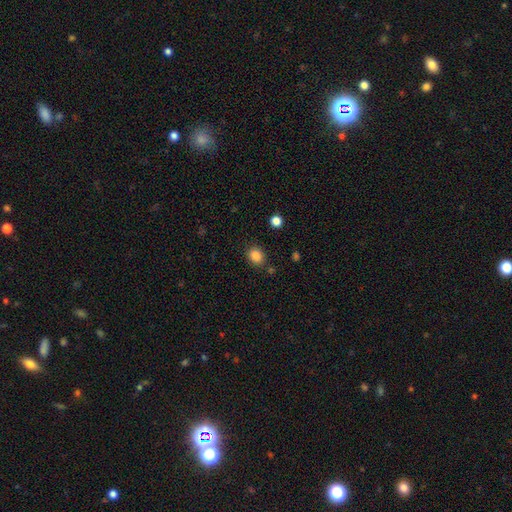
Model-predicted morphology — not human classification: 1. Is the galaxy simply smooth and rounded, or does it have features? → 85% smooth, 11% star or artifact, 4% featured or disk.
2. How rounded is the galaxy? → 65% round, 34% in between, 1% cigar-shaped.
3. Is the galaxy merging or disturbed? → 85% none, 9% minor disturbance, 3% merger, 3% major disturbance.